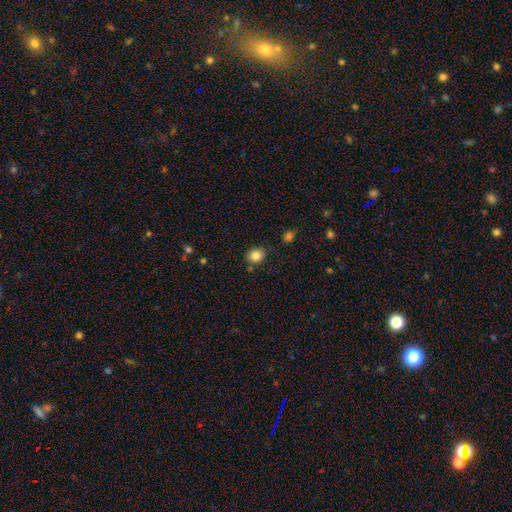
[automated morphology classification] The model was most divided on "how rounded": round: 67%, in between: 33%, cigar-shaped: 1%. More confident: smooth or featured — smooth (84%); merging — none (81%).